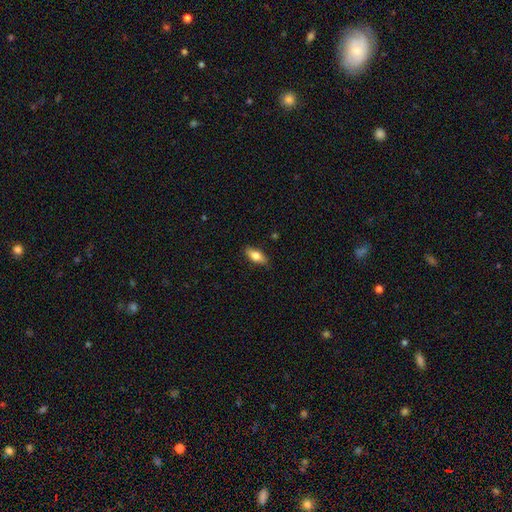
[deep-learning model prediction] Smooth or featured? smooth (76%)
How rounded? in between (79%)
Merging? none (85%)